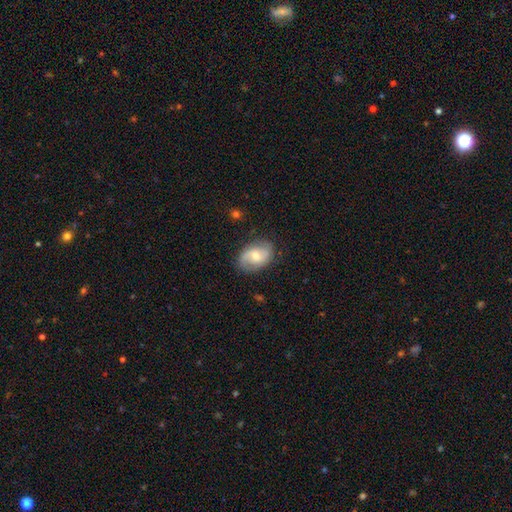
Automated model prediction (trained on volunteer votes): The model was most divided on "bar" (2-way tie): no: 45%, weak: 45%, strong: 10%. More confident: edge-on disk — no (96%); spiral arms — yes (84%); merging — none (77%); bulge size — moderate (63%); smooth or featured — featured or disk (56%).